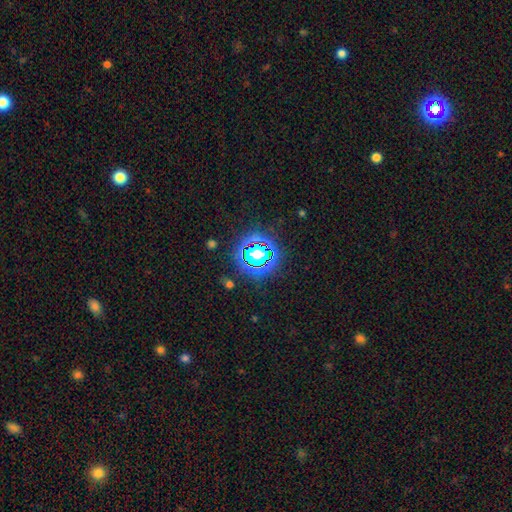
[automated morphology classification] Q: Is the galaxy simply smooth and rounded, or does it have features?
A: star or artifact — 79%.